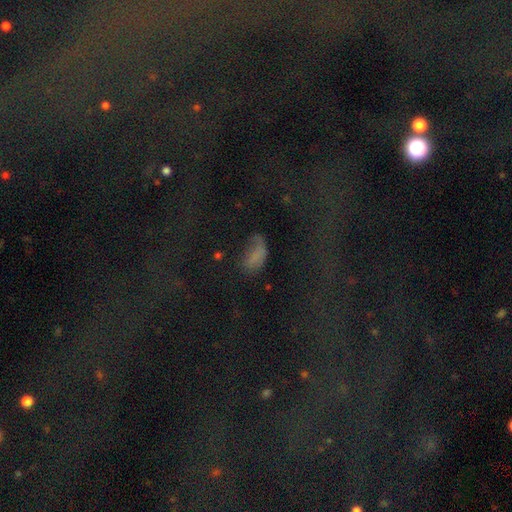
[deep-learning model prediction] Smooth or featured?
  - smooth: 58% *
  - star or artifact: 24%
  - featured or disk: 18%
How rounded?
  - in between: 87% *
  - cigar-shaped: 7%
  - round: 6%
Merging?
  - none: 34% *
  - major disturbance: 33%
  - minor disturbance: 27%
  - merger: 6%